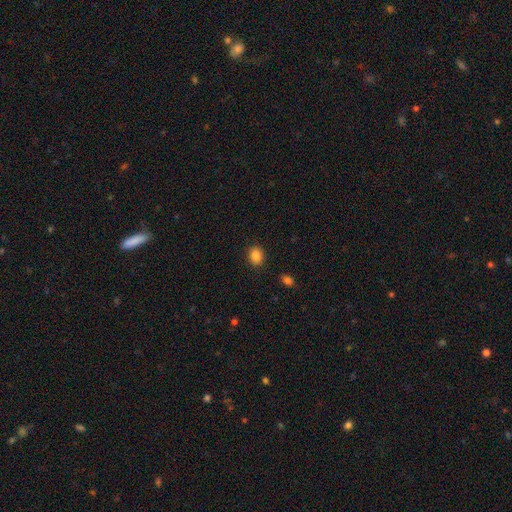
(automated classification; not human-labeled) smooth_or_featured: smooth (p=0.86) [alt: star or artifact p=0.09]
how_rounded: round (p=0.63) [alt: in between p=0.36]
merging: none (p=0.89) [alt: minor disturbance p=0.07]